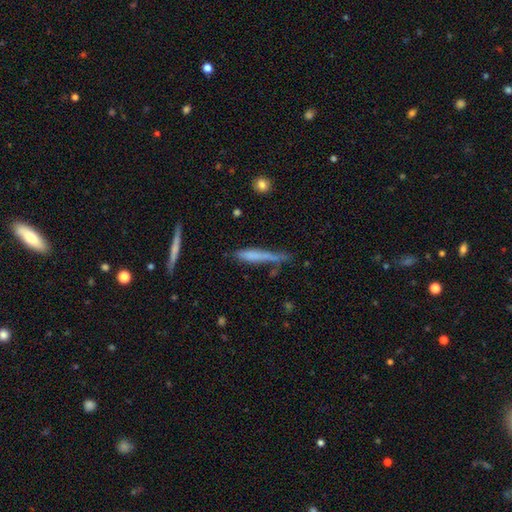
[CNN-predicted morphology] This appears to be a smooth galaxy with no disk features (62%) that is cigar-shaped (93%). Merging: none (53%).